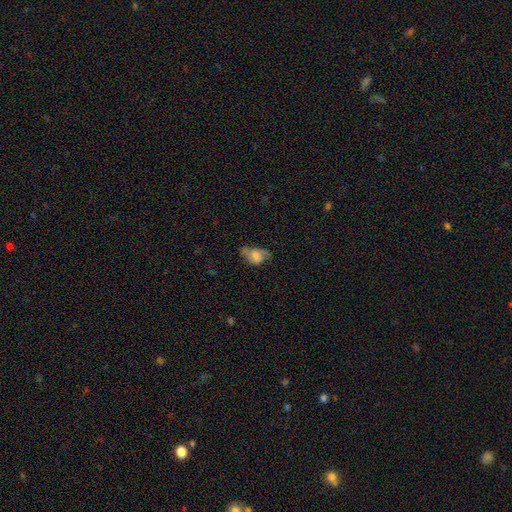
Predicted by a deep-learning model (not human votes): This appears to be a smooth galaxy with no disk features (53%) that is in between round and cigar-shaped (84%). Merging: none (41%).